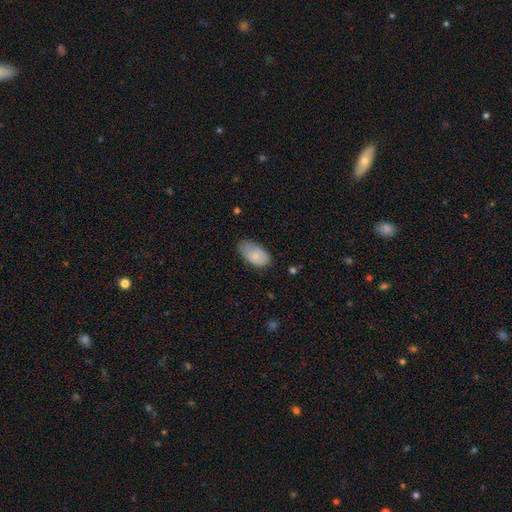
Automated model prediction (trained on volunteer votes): A smooth galaxy with no disk features (78%) that is in between round and cigar-shaped (94%). Merging: none (53%).